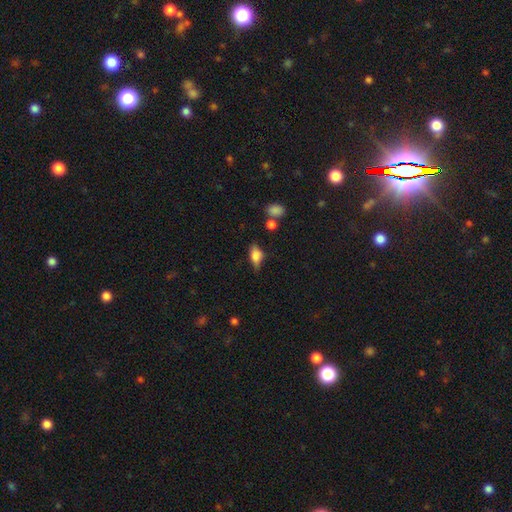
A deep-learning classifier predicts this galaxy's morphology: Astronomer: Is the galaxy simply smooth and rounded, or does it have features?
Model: smooth — 65%.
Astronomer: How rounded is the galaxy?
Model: in between — 79%.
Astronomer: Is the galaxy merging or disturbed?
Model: none — 61%.